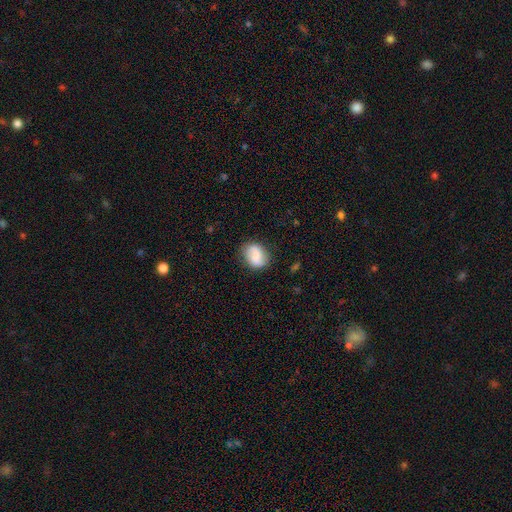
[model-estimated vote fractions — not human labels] smooth_or_featured: smooth (p=0.65) [alt: featured or disk p=0.27]
how_rounded: in between (p=0.53) [alt: round p=0.46]
merging: none (p=0.79) [alt: minor disturbance p=0.16]